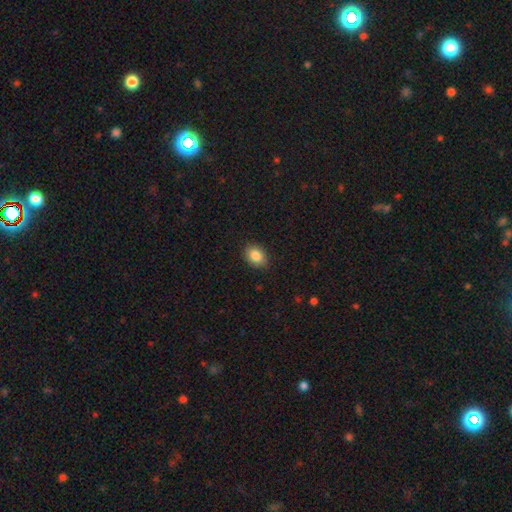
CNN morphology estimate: smooth_or_featured: smooth (p=0.86) [alt: star or artifact p=0.08]
how_rounded: in between (p=0.74) [alt: round p=0.25]
merging: none (p=0.88) [alt: minor disturbance p=0.09]